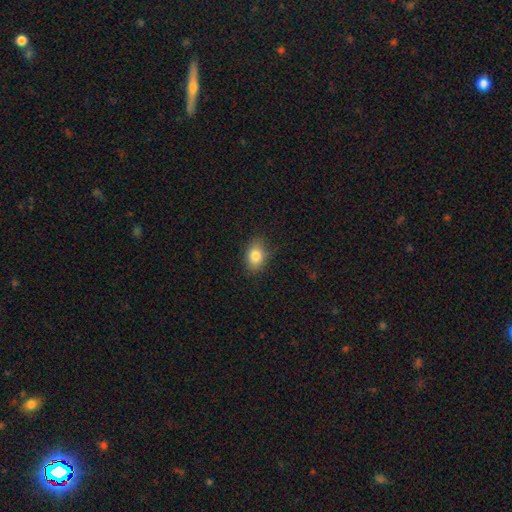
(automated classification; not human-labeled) This appears to be a smooth galaxy with no disk features (83%) that is in between round and cigar-shaped (73%). Merging: none (82%).